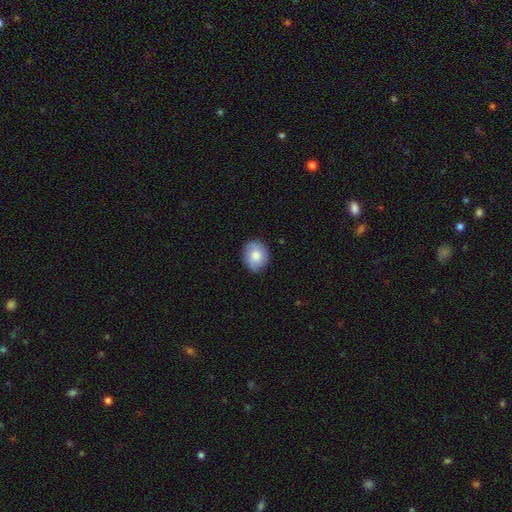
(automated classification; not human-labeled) This is likely a smooth galaxy (78%). How rounded: likely round (64%). Merging: clearly none (83%).